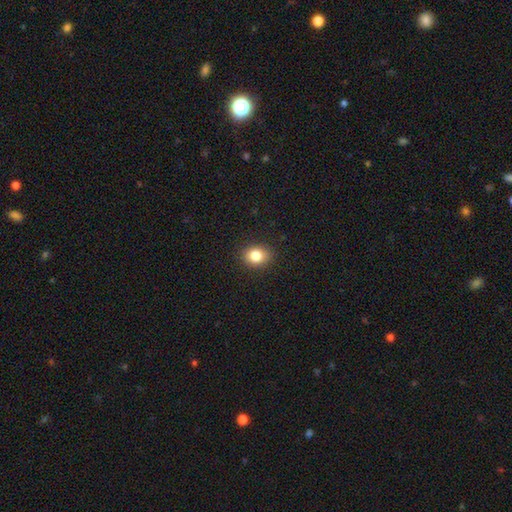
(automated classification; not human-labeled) Smooth or featured?
  - smooth: 83% *
  - star or artifact: 11%
  - featured or disk: 6%
How rounded?
  - round: 55% *
  - in between: 44%
  - cigar-shaped: 1%
Merging?
  - none: 89% *
  - minor disturbance: 8%
  - major disturbance: 2%
  - merger: 1%